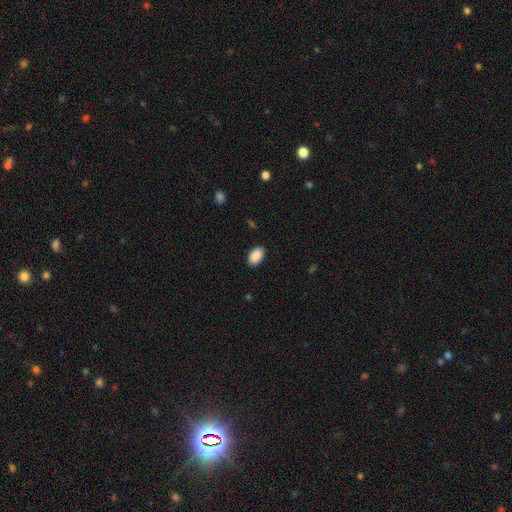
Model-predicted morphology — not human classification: Smooth or featured? Predicted: smooth (p=0.90). How rounded? Predicted: in between (p=0.91). Merging? Predicted: none (p=0.89).